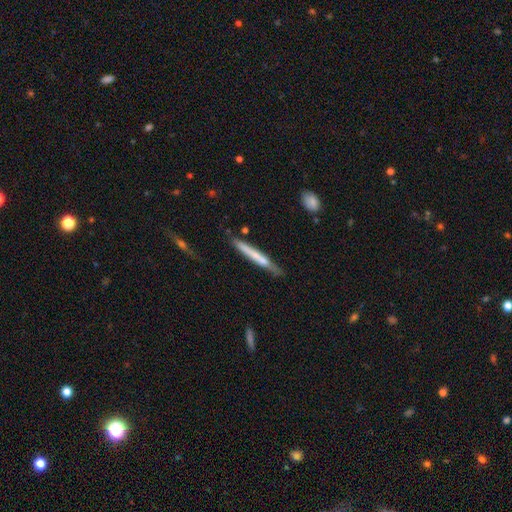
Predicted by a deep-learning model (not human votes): Smooth or featured?
  - smooth: 52% *
  - featured or disk: 42%
  - star or artifact: 6%
How rounded?
  - cigar-shaped: 96% *
  - in between: 3%
  - round: 1%
Merging?
  - none: 73% *
  - minor disturbance: 19%
  - major disturbance: 4%
  - merger: 4%